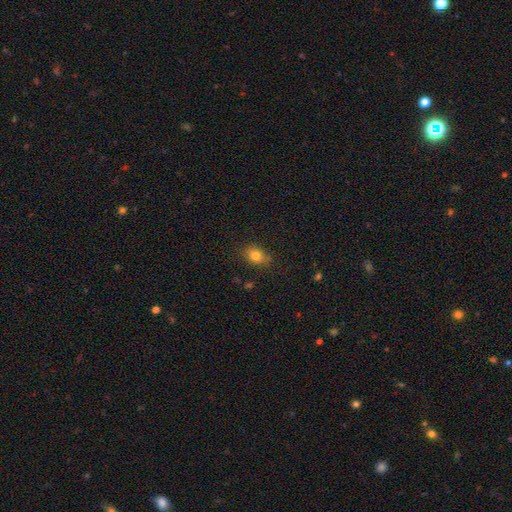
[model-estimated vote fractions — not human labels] smooth-or-featured: smooth: 80% | star or artifact: 11% | featured or disk: 8%
  how-rounded: in between: 62% | round: 36% | cigar-shaped: 1%
  merging: none: 77% | minor disturbance: 17% | major disturbance: 4% | merger: 2%